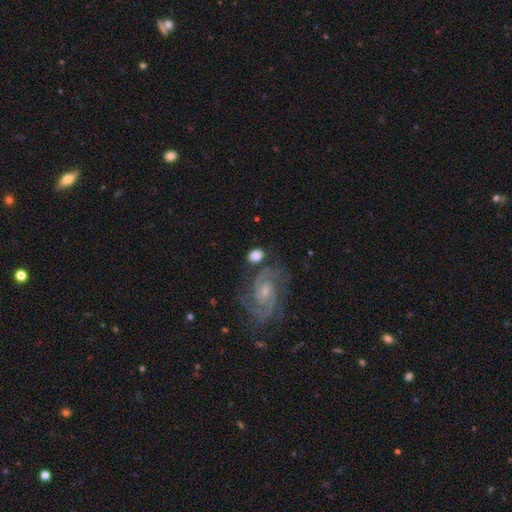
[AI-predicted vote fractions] A smooth galaxy with no disk features (57%) that is in between round and cigar-shaped (52%). Merging: none (64%).